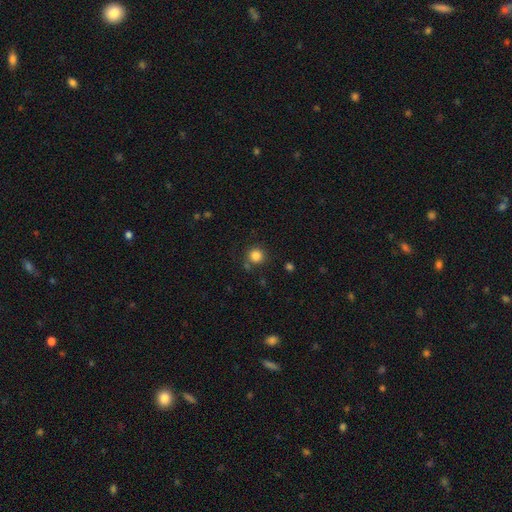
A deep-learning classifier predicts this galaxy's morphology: Smooth or featured? Predicted: smooth (p=0.84). How rounded? Predicted: round (p=0.93). Merging? Predicted: none (p=0.82).